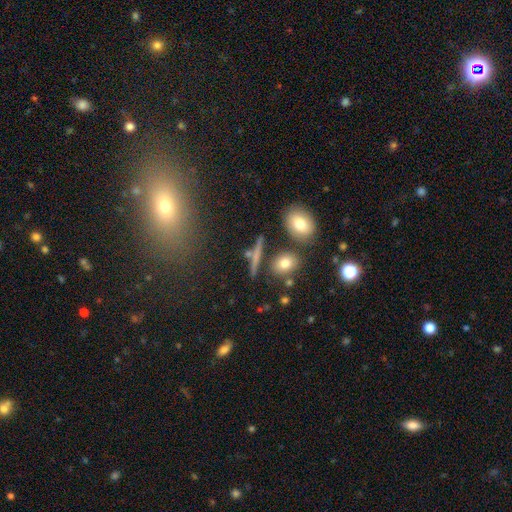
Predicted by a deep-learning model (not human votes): smooth-or-featured: smooth: 59% | featured or disk: 28% | star or artifact: 14%
  how-rounded: cigar-shaped: 49% | round: 28% | in between: 24%
  merging: none: 79% | minor disturbance: 10% | merger: 8% | major disturbance: 4%